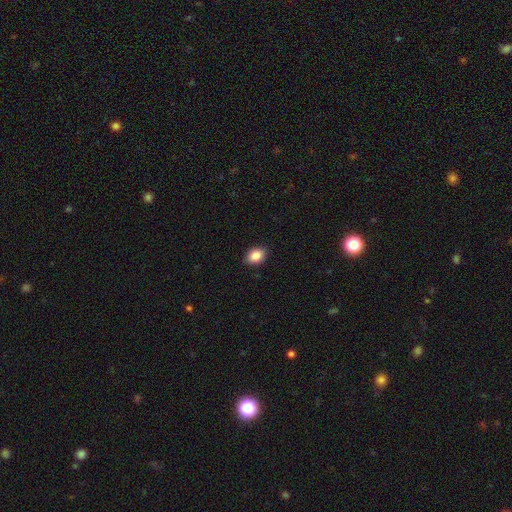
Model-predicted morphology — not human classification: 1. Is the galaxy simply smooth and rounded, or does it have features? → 87% smooth, 8% star or artifact, 5% featured or disk.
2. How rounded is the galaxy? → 77% in between, 21% round, 1% cigar-shaped.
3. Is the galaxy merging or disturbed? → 88% none, 9% minor disturbance, 2% major disturbance, 1% merger.